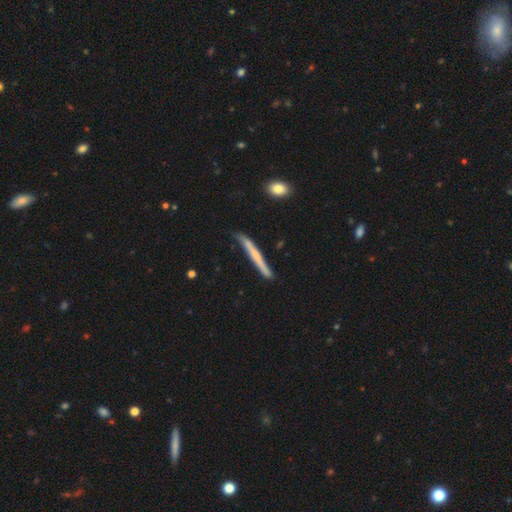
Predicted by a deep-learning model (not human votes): This appears to be a smooth galaxy with no disk features (49%). Merging: none (73%).